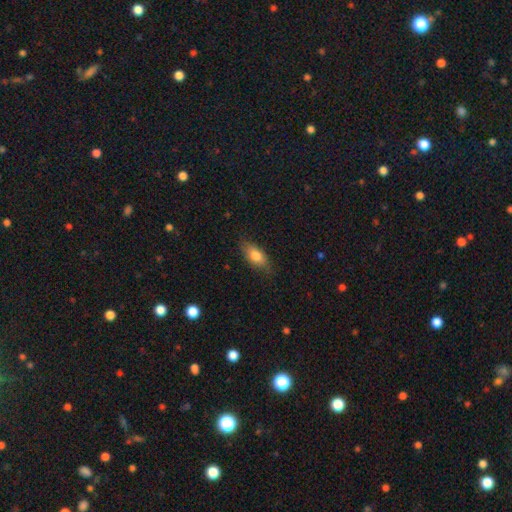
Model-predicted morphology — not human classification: smooth-or-featured: smooth: 78% | featured or disk: 15% | star or artifact: 7%
  how-rounded: in between: 83% | cigar-shaped: 13% | round: 4%
  merging: none: 78% | minor disturbance: 17% | major disturbance: 3% | merger: 1%